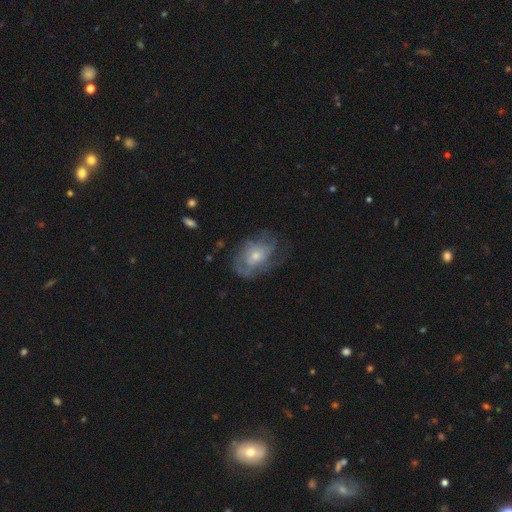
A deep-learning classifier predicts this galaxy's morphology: Smooth or featured: featured or disk — 64% (smooth — 28%)
Edge-on disk: no — 96% (yes — 4%)
Bar: no — 80% (weak — 17%)
Spiral arms: yes — 67% (no — 33%)
Bulge size: small — 53% (moderate — 41%)
Merging: none — 52% (minor disturbance — 25%)